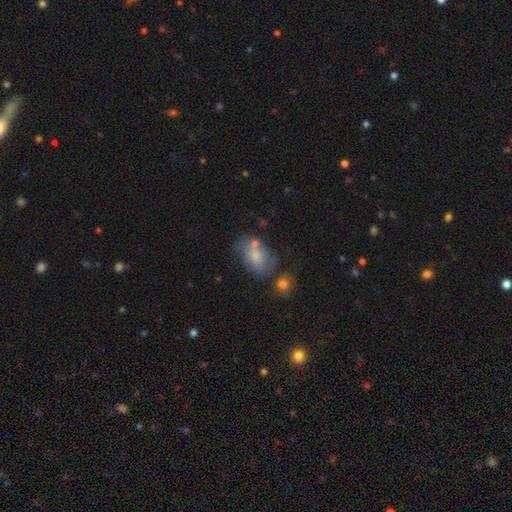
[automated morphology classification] smooth-or-featured: smooth: 64% | featured or disk: 26% | star or artifact: 11%
  how-rounded: in between: 80% | round: 19% | cigar-shaped: 2%
  merging: none: 47% | minor disturbance: 24% | merger: 18% | major disturbance: 11%